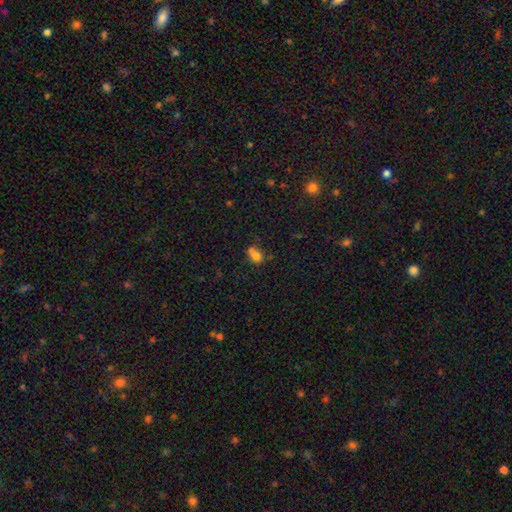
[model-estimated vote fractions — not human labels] This appears to be a smooth galaxy with no disk features (71%) that is round (53%). Merging: merger (49%).